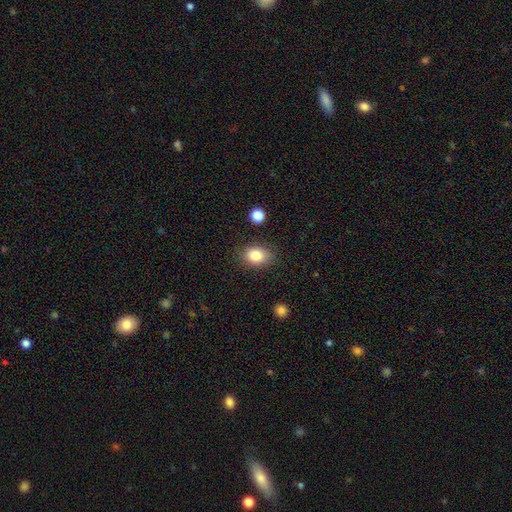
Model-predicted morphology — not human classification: The model was most divided on "how rounded": in between: 68%, round: 31%, cigar-shaped: 1%. More confident: merging — none (84%); smooth or featured — smooth (84%).